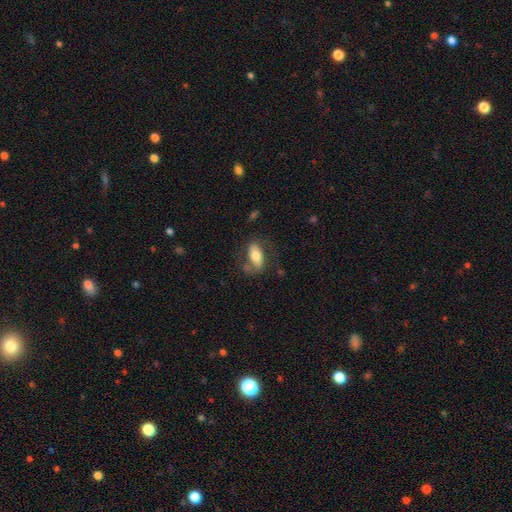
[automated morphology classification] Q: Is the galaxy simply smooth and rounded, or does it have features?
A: smooth — 57%.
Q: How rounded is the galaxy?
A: in between — 86%.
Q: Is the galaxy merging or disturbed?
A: none — 63%.